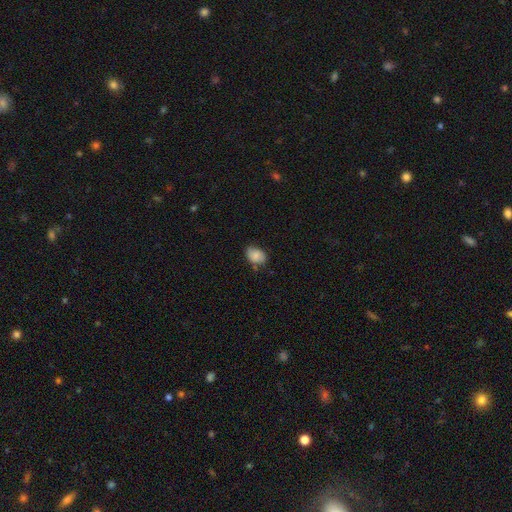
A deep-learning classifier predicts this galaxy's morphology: The model was most divided on "merging": none: 68%, minor disturbance: 24%, major disturbance: 4%, merger: 4%. More confident: smooth or featured — smooth (80%); how rounded — in between (76%).